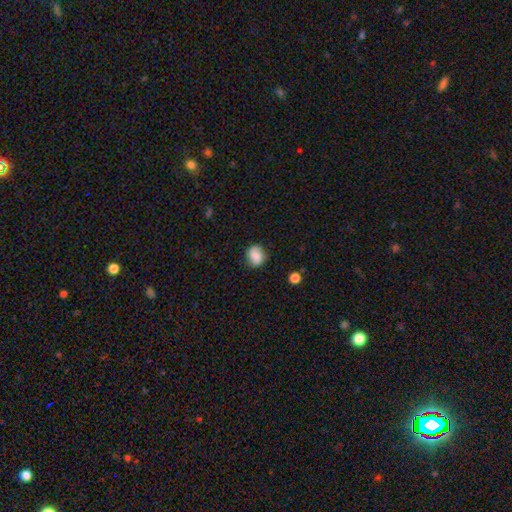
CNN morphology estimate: smooth_or_featured: smooth (p=0.79) [alt: featured or disk p=0.12]
how_rounded: round (p=0.63) [alt: in between p=0.36]
merging: none (p=0.77) [alt: minor disturbance p=0.17]